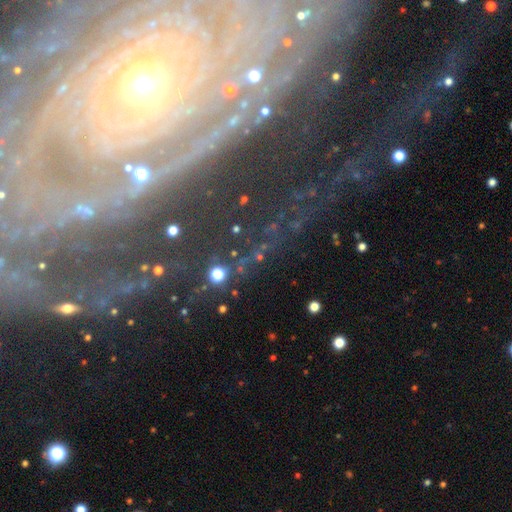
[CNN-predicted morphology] smooth-or-featured: featured or disk: 77% | star or artifact: 14% | smooth: 9%
  disk-edge-on: no: 91% | yes: 9%
    bar: no: 55% | strong: 24% | weak: 22%
    has-spiral-arms: yes: 90% | no: 10%
      spiral-winding: tight: 72% | medium: 20% | loose: 8%
      spiral-arm-count: can't tell: 29% | 2: 19% | 3: 16% | 4: 13% | more than 4: 13% | 1: 11%
    bulge-size: small: 51% | moderate: 40% | large: 5% | dominant: 2% | none: 2%
  merging: none: 71% | minor disturbance: 14% | major disturbance: 11% | merger: 4%